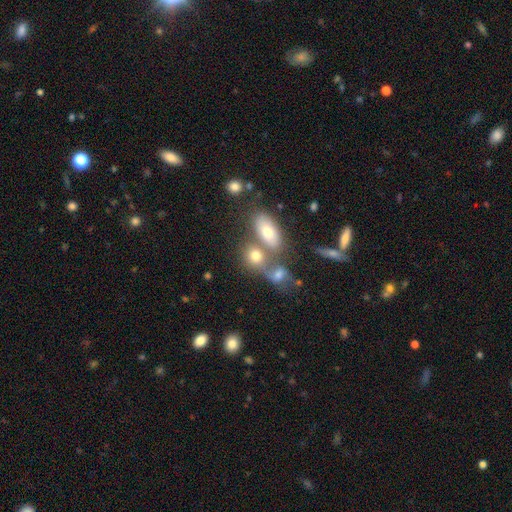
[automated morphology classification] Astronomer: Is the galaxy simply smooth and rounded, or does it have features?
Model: smooth — 71%.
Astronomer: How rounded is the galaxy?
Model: in between — 53% (runner-up: round, 44%).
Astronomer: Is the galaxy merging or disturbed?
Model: merger — 47% (runner-up: none, 35%).